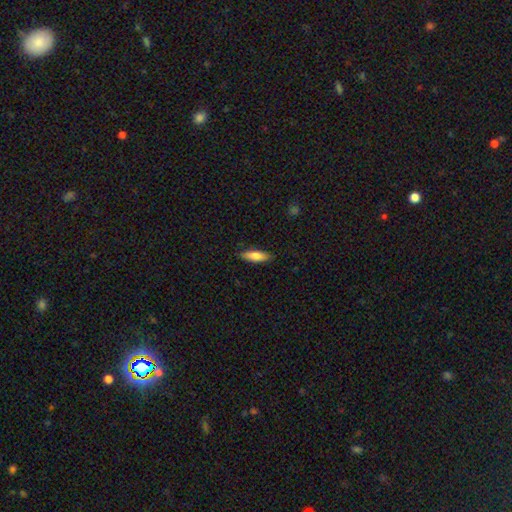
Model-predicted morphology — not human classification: Q: Smooth or featured?
A: smooth (79%); runner-up: featured or disk (15%)
Q: How rounded?
A: in between (52%); runner-up: cigar-shaped (46%)
Q: Merging?
A: none (88%); runner-up: minor disturbance (9%)